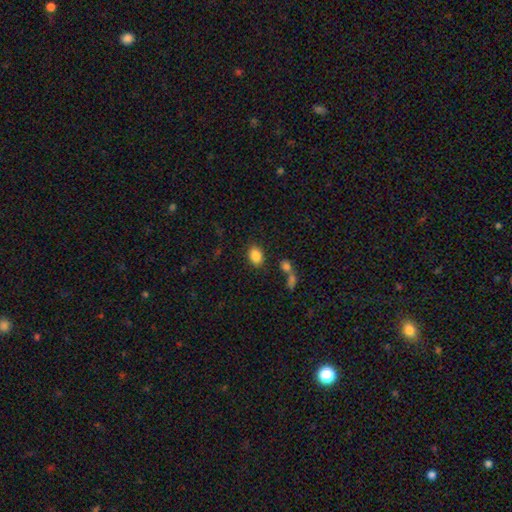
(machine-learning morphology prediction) smooth-or-featured: smooth: 85% | star or artifact: 9% | featured or disk: 6%
  how-rounded: in between: 76% | round: 23% | cigar-shaped: 1%
  merging: none: 82% | minor disturbance: 10% | merger: 5% | major disturbance: 4%